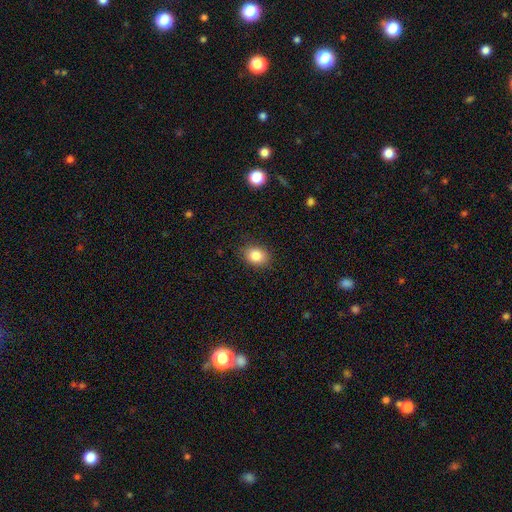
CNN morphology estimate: This is clearly a smooth galaxy (85%). How rounded: likely in between (60%). Merging: clearly none (86%).